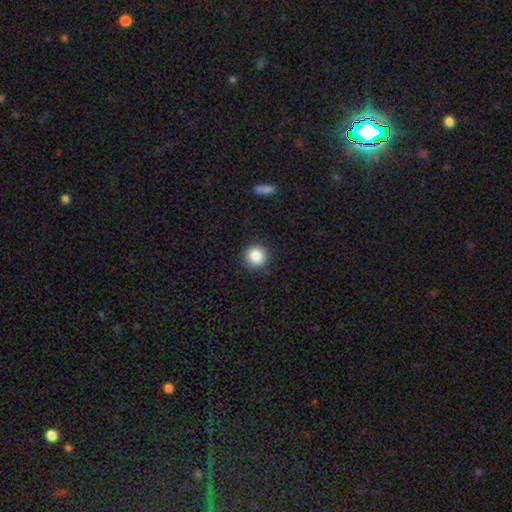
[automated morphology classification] The model was most divided on "smooth or featured": smooth: 86%, star or artifact: 10%, featured or disk: 5%. More confident: how rounded — round (94%); merging — none (88%).